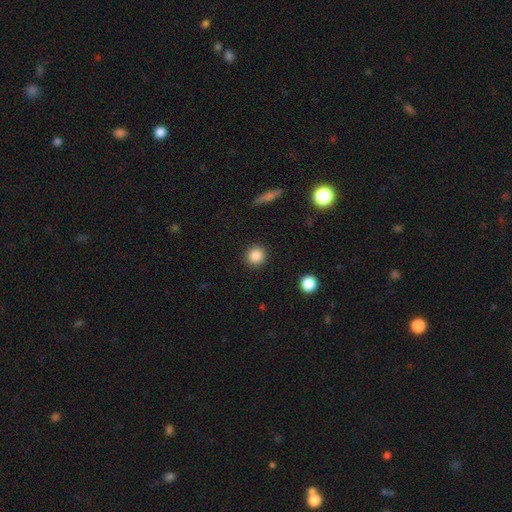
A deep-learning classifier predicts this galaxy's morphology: Smooth or featured? Predicted: smooth (p=0.86). How rounded? Predicted: round (p=0.93). Merging? Predicted: none (p=0.91).